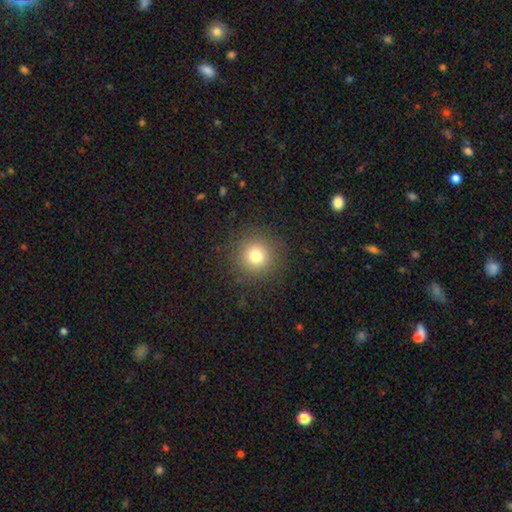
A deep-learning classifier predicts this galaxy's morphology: Overall: smooth (77%). How rounded: round (94%). Merging: none (88%).